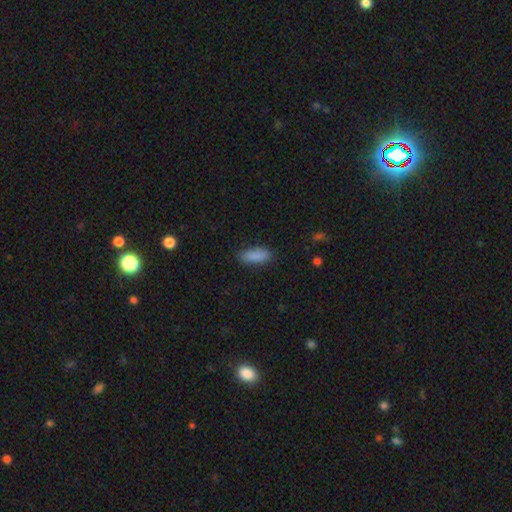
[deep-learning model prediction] Q: Smooth or featured?
A: smooth (87%); runner-up: star or artifact (8%)
Q: How rounded?
A: in between (77%); runner-up: cigar-shaped (21%)
Q: Merging?
A: none (80%); runner-up: minor disturbance (15%)